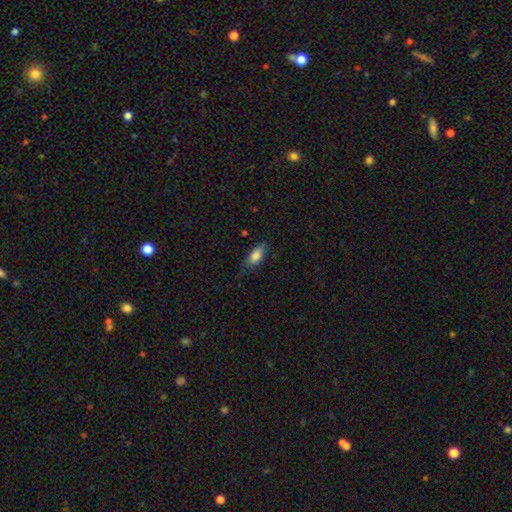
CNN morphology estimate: The model was most divided on "merging": none: 73%, minor disturbance: 22%, major disturbance: 4%, merger: 1%. More confident: smooth or featured — smooth (84%); how rounded — in between (84%).